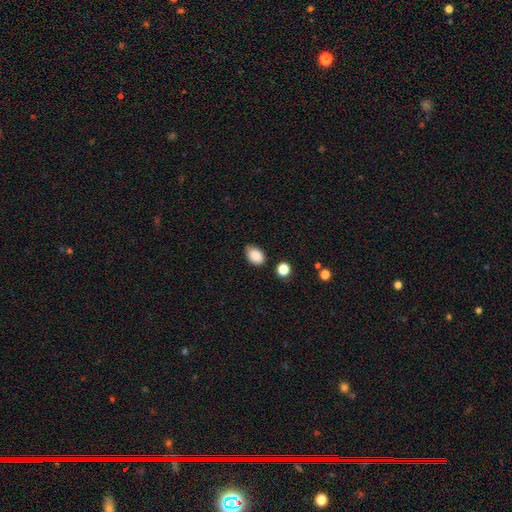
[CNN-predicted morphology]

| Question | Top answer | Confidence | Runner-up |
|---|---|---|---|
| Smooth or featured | smooth | 88% | star or artifact (8%) |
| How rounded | in between | 83% | round (15%) |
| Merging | none | 71% | minor disturbance (22%) |